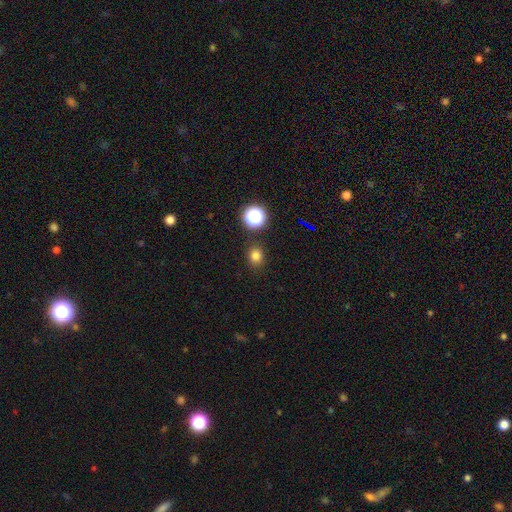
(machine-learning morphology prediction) Smooth or featured? Predicted: smooth (p=0.77). How rounded? Predicted: round (p=0.75). Merging? Predicted: none (p=0.88).